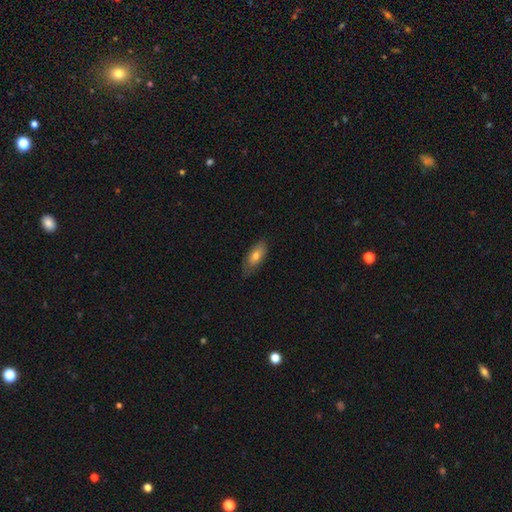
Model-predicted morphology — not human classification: This appears to be a smooth galaxy with no disk features (72%) that is in between round and cigar-shaped (86%). Merging: none (71%).